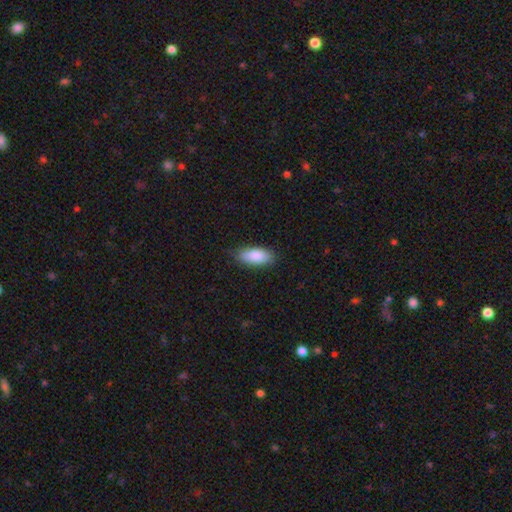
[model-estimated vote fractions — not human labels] smooth_or_featured: smooth (p=0.86) [alt: featured or disk p=0.07]
how_rounded: in between (p=0.87) [alt: cigar-shaped p=0.10]
merging: none (p=0.78) [alt: minor disturbance p=0.18]